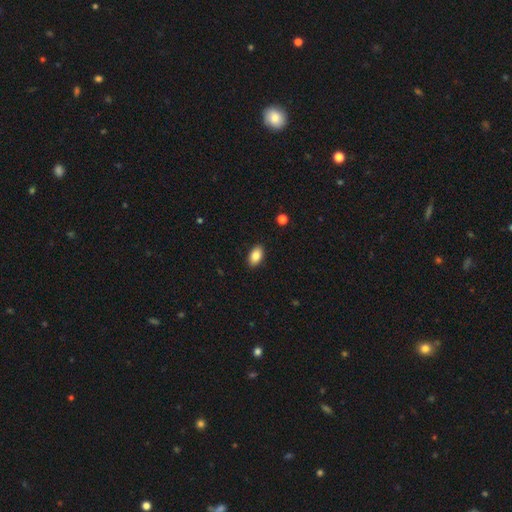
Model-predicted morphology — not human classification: smooth 86%, star or artifact 8%, featured or disk 6%. Down the decision tree: how rounded — in between (93%); merging — none (90%).